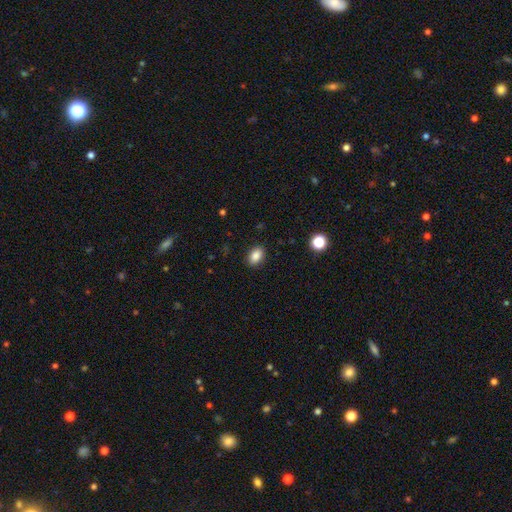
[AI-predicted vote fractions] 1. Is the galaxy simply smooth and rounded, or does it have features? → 87% smooth, 9% star or artifact, 4% featured or disk.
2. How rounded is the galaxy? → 82% in between, 17% round, 1% cigar-shaped.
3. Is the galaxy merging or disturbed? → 89% none, 8% minor disturbance, 2% major disturbance, 1% merger.